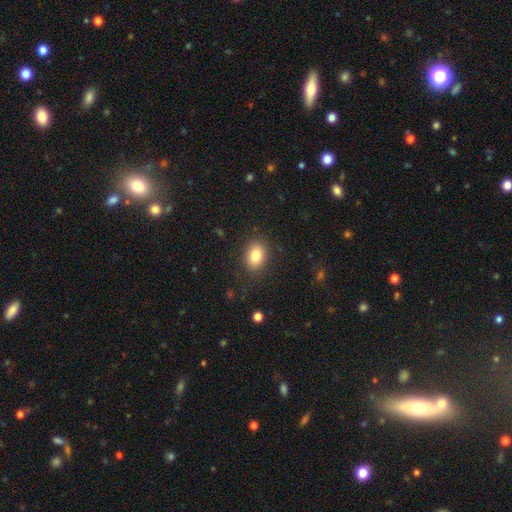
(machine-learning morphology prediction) Smooth or featured? Predicted: smooth (p=0.82). How rounded? Predicted: in between (p=0.65). Merging? Predicted: none (p=0.85).